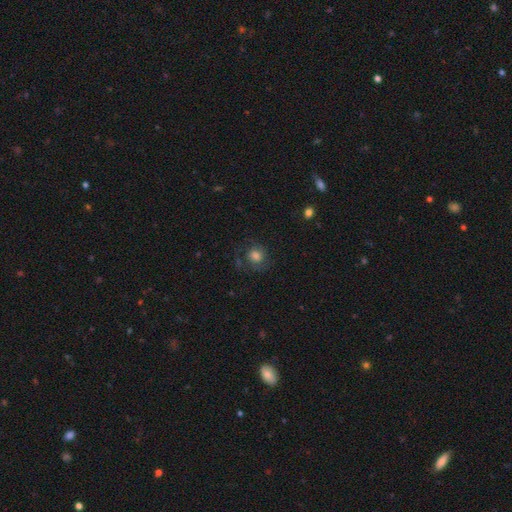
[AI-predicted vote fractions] This is possibly a smooth galaxy (56%). How rounded: likely round (77%). Merging: likely none (65%).